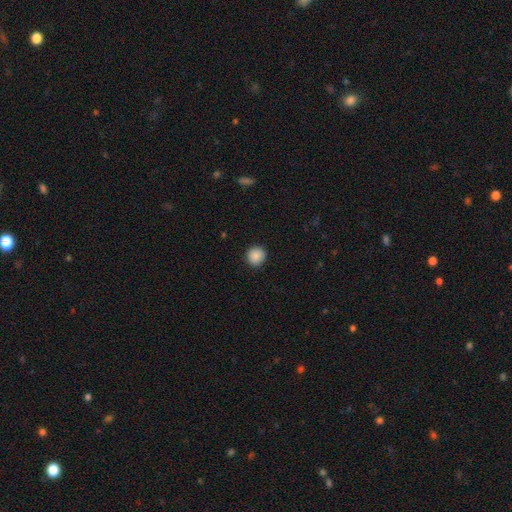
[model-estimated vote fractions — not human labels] This is clearly a smooth galaxy (89%). How rounded: clearly round (92%). Merging: clearly none (91%).